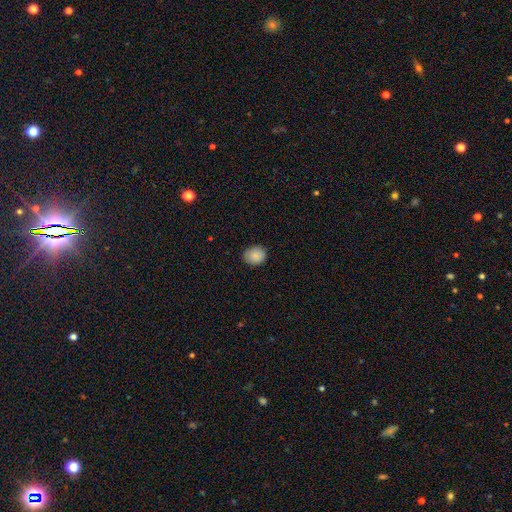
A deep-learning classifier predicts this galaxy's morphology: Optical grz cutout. It shows a smooth galaxy with no disk features (87%) that is round (69%). Merging: none (86%).